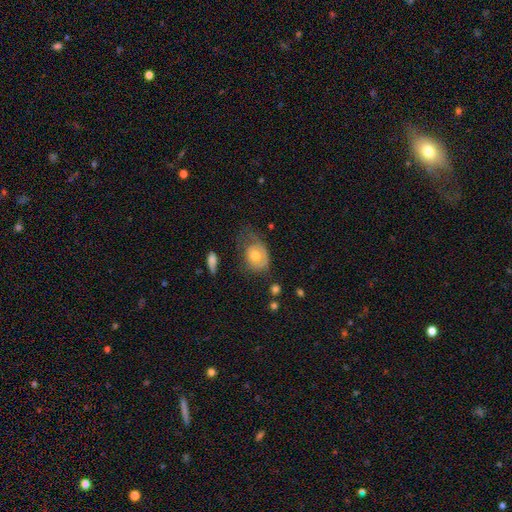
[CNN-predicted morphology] smooth 53%, featured or disk 40%, star or artifact 7%. Down the decision tree: how rounded — in between (62%); merging — major disturbance (34%).